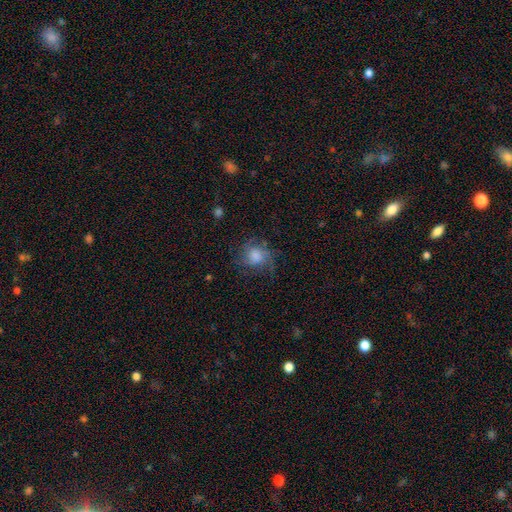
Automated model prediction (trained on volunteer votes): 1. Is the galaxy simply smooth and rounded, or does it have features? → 45% smooth, 42% featured or disk, 13% star or artifact.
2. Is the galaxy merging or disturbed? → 62% none, 20% minor disturbance, 16% major disturbance, 1% merger.